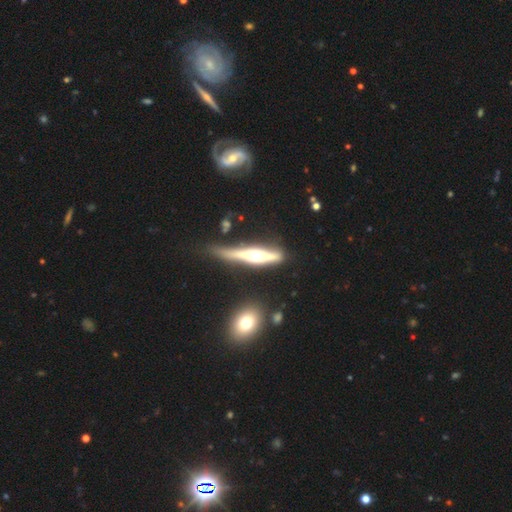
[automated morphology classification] Overall: featured or disk (73%). Edge-on disk: yes (94%). Edge-on bulge: rounded (89%). Merging: none (66%).